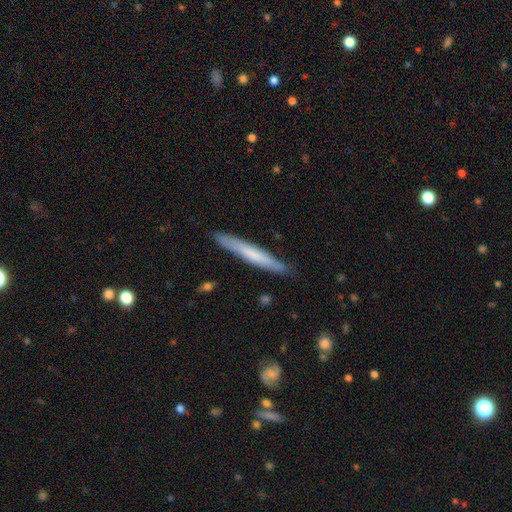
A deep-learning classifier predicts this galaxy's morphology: smooth_or_featured: smooth (p=0.63) [alt: featured or disk p=0.32]
how_rounded: cigar-shaped (p=0.95) [alt: in between p=0.04]
merging: none (p=0.87) [alt: minor disturbance p=0.10]